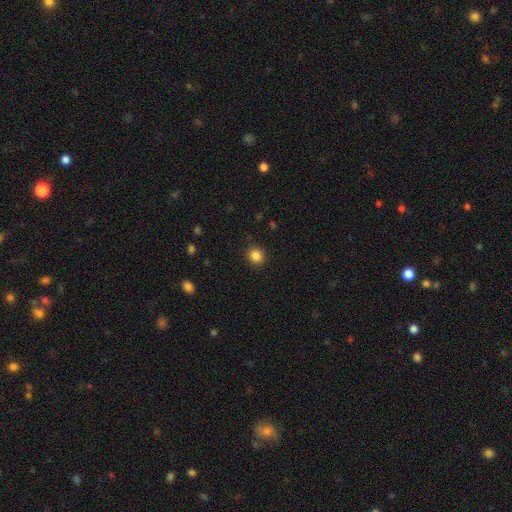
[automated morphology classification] Overall: smooth (85%). How rounded: round (87%). Merging: none (89%).